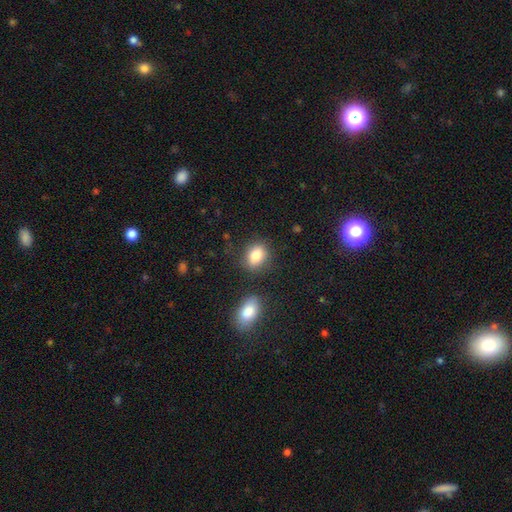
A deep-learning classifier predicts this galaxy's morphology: Q: Smooth or featured?
A: smooth (83%); runner-up: star or artifact (9%)
Q: How rounded?
A: in between (62%); runner-up: round (36%)
Q: Merging?
A: none (80%); runner-up: minor disturbance (12%)